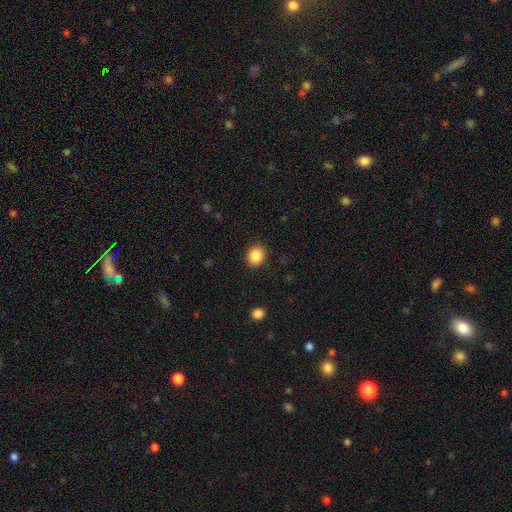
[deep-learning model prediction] A smooth galaxy with no disk features (88%) that is round (63%).

Vote fractions:
- Smooth or featured? smooth: 88% / star or artifact: 9% / featured or disk: 3%
- How rounded? round: 63% / in between: 36% / cigar-shaped: 1%
- Merging? none: 89% / minor disturbance: 7% / major disturbance: 3% / merger: 1%